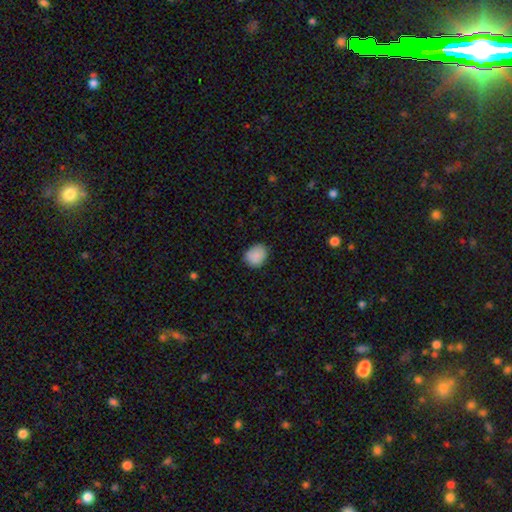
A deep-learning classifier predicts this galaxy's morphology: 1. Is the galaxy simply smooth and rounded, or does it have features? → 88% smooth, 8% star or artifact, 4% featured or disk.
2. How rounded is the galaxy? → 60% round, 39% in between, 1% cigar-shaped.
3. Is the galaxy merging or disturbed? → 80% none, 16% minor disturbance, 3% major disturbance, 1% merger.